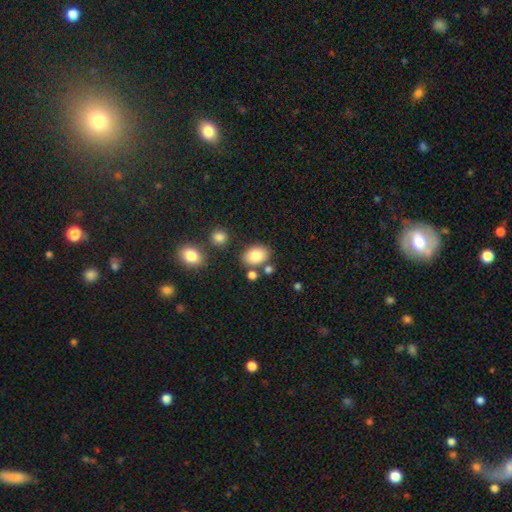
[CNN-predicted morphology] smooth_or_featured: smooth (p=0.83) [alt: star or artifact p=0.09]
how_rounded: in between (p=0.77) [alt: round p=0.21]
merging: none (p=0.75) [alt: minor disturbance p=0.12]